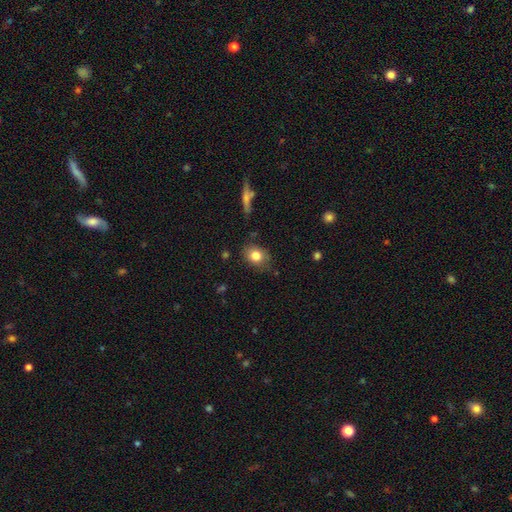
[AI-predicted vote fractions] Overall: smooth (81%). How rounded: in between (56%; round 42%). Merging: none (77%).